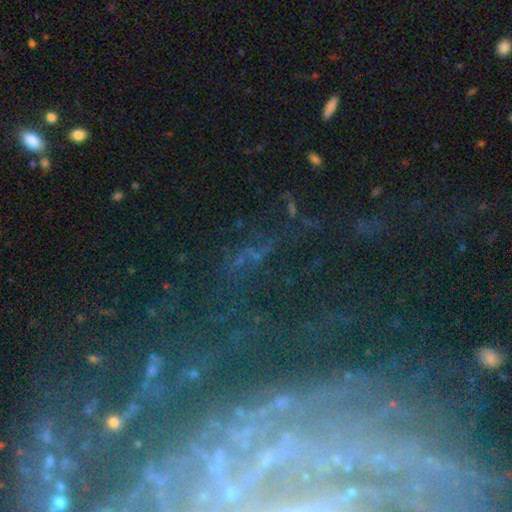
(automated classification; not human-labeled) smooth-or-featured: featured or disk: 52% | star or artifact: 35% | smooth: 14%
  disk-edge-on: no: 85% | yes: 15%
  merging: none: 65% | minor disturbance: 16% | major disturbance: 14% | merger: 6%